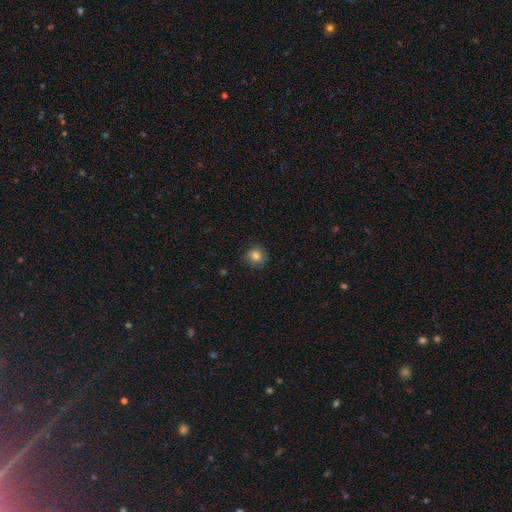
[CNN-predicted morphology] A smooth galaxy with no disk features (82%) that is round (91%).

Vote fractions:
- Smooth or featured? smooth: 82% / star or artifact: 12% / featured or disk: 6%
- How rounded? round: 91% / in between: 8% / cigar-shaped: 1%
- Merging? none: 87% / minor disturbance: 10% / major disturbance: 2% / merger: 1%